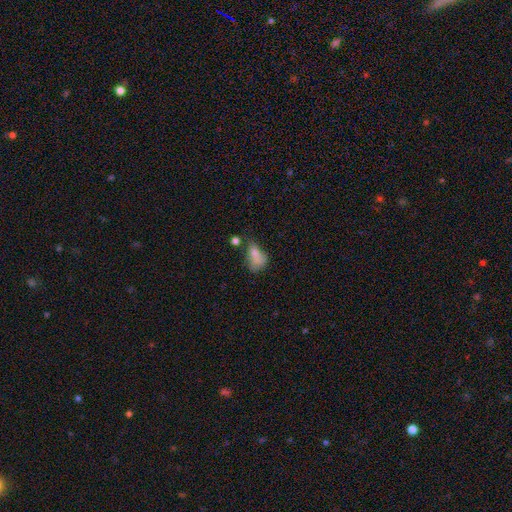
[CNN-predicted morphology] smooth 72%, featured or disk 17%, star or artifact 12%. Down the decision tree: how rounded — in between (82%); merging — none (27%).